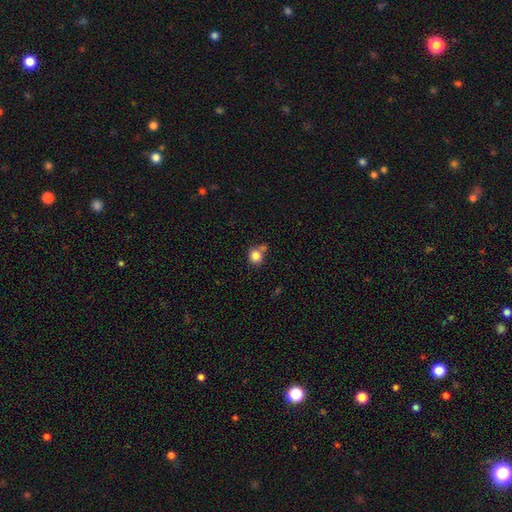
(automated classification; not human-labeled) The model was most divided on "merging": none: 57%, merger: 23%, minor disturbance: 15%, major disturbance: 5%. More confident: how rounded — round (85%); smooth or featured — smooth (83%).